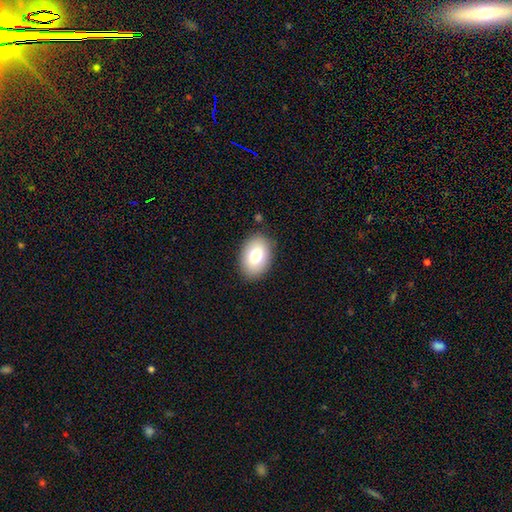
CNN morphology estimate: Smooth or featured? Predicted: smooth (p=0.77). How rounded? Predicted: in between (p=0.82). Merging? Predicted: none (p=0.87).